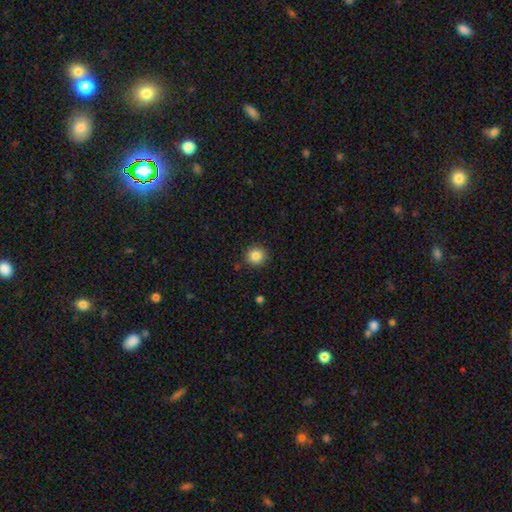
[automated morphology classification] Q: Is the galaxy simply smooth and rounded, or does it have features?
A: smooth — 85%.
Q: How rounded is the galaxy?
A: round — 93%.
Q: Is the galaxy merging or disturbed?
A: none — 90%.